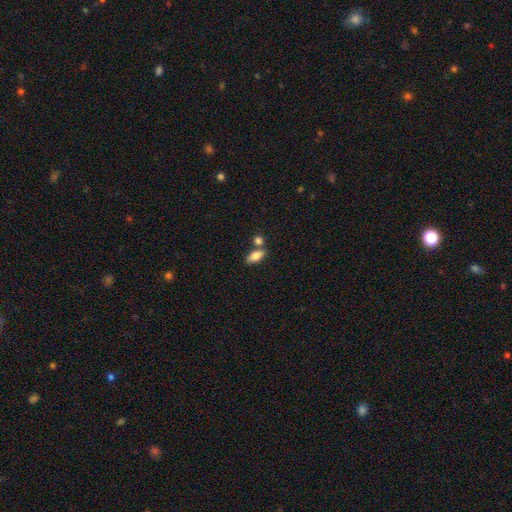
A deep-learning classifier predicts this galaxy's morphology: smooth 82%, featured or disk 11%, star or artifact 7%. Down the decision tree: how rounded — in between (85%); merging — none (60%).